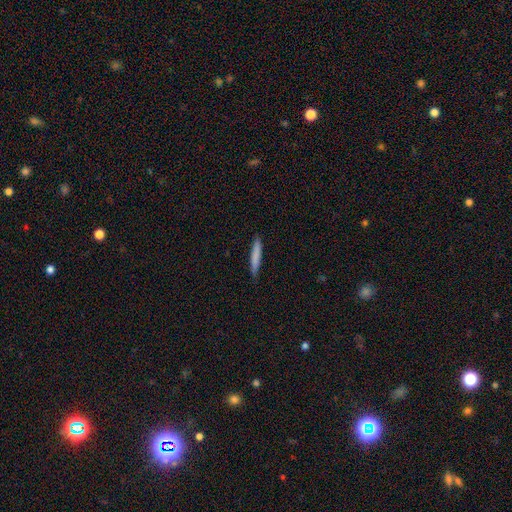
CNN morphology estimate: The model was most divided on "smooth or featured": smooth: 79%, featured or disk: 15%, star or artifact: 6%. More confident: how rounded — cigar-shaped (94%); merging — none (87%).